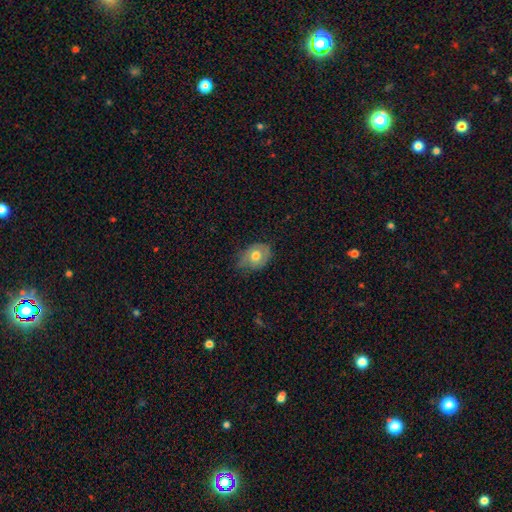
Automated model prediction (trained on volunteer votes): Smooth or featured: smooth — 61% (featured or disk — 32%)
How rounded: in between — 64% (round — 35%)
Merging: none — 50% (minor disturbance — 37%)